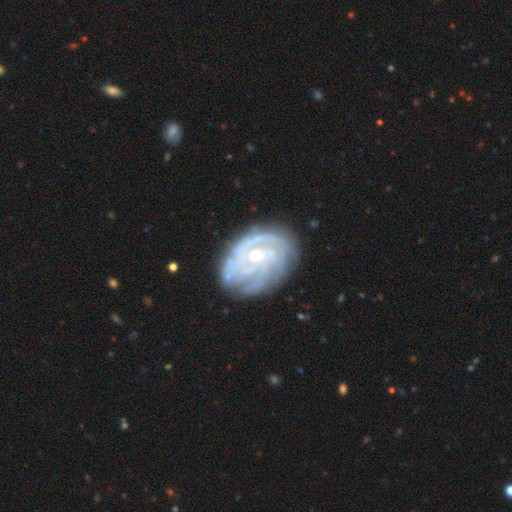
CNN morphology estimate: type=featured or disk (83%); edge-on=no (97%); bar=no (62%); spiral arms=yes (92%); winding=tight (67%); arm count=can't tell (38%); bulge=small (60%); merging=none (71%).